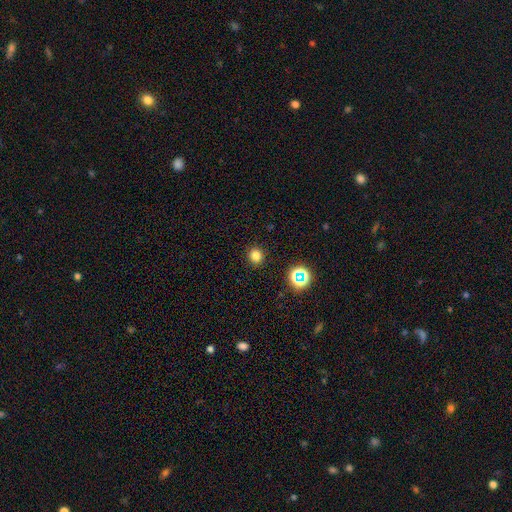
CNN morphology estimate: The model was most divided on "smooth or featured": smooth: 78%, star or artifact: 17%, featured or disk: 5%. More confident: merging — none (91%); how rounded — round (90%).